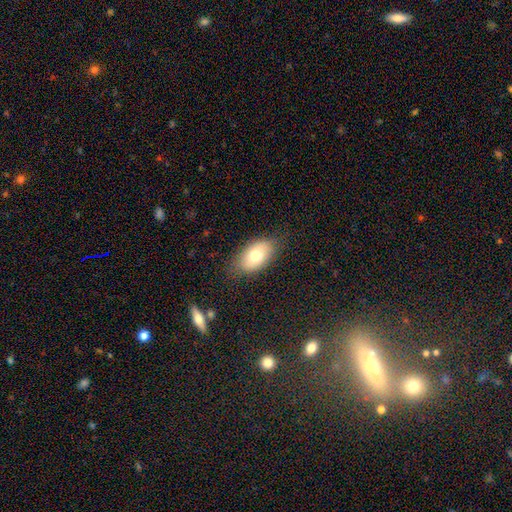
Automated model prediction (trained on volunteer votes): Smooth or featured? Predicted: smooth (p=0.74). How rounded? Predicted: in between (p=0.91). Merging? Predicted: none (p=0.79).